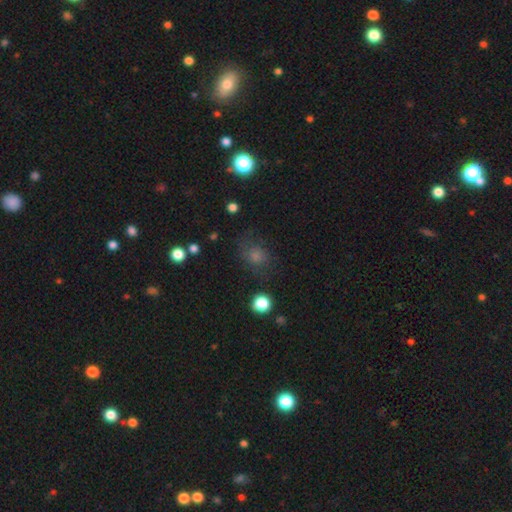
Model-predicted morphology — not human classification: Smooth or featured? Predicted: smooth (p=0.63). How rounded? Predicted: round (p=0.62). Merging? Predicted: none (p=0.65).